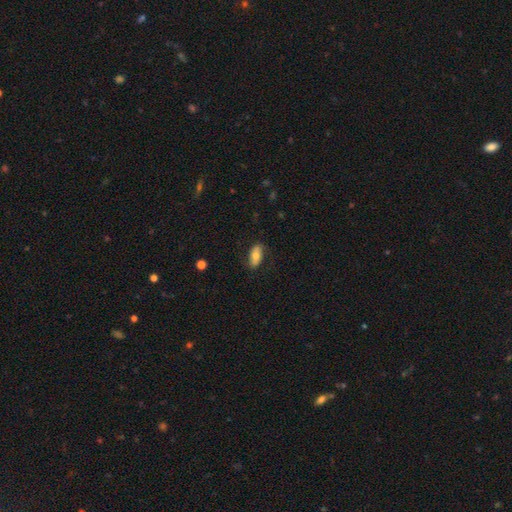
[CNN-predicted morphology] Smooth or featured? Predicted: smooth (p=0.67). How rounded? Predicted: in between (p=0.86). Merging? Predicted: none (p=0.78).